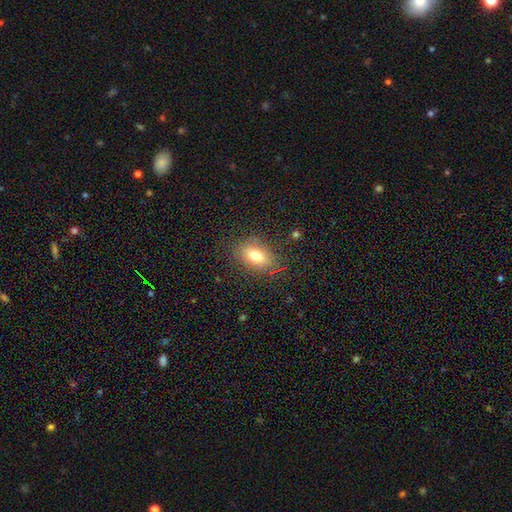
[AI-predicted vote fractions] A smooth galaxy with no disk features (75%) that is in between round and cigar-shaped (84%).

Vote fractions:
- Smooth or featured? smooth: 75% / featured or disk: 14% / star or artifact: 11%
- How rounded? in between: 84% / round: 12% / cigar-shaped: 4%
- Merging? none: 82% / minor disturbance: 13% / major disturbance: 4% / merger: 2%